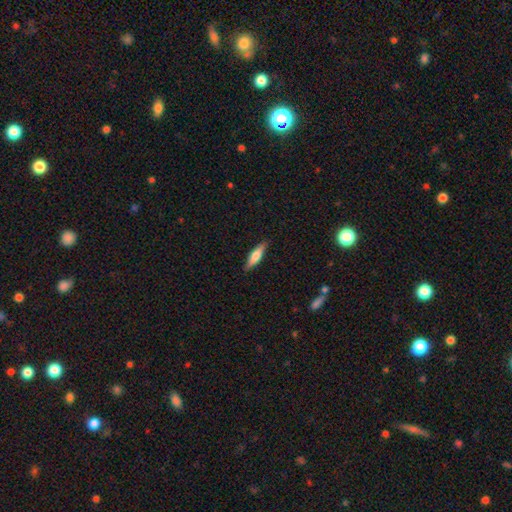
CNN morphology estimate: A smooth galaxy with no disk features (61%) that is cigar-shaped (70%). Merging: none (87%).